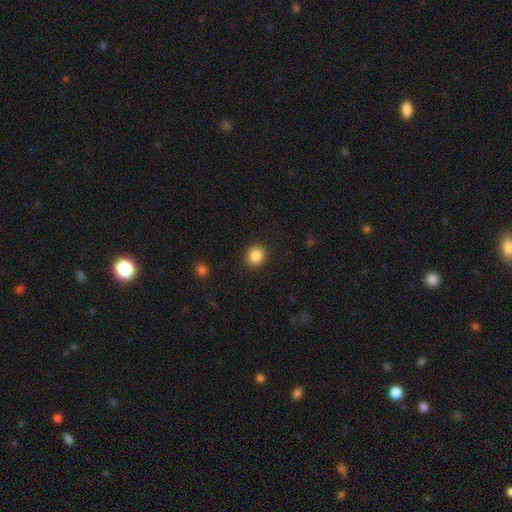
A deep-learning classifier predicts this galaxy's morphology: The model was most divided on "how rounded": round: 76%, in between: 24%, cigar-shaped: 1%. More confident: merging — none (91%); smooth or featured — smooth (86%).